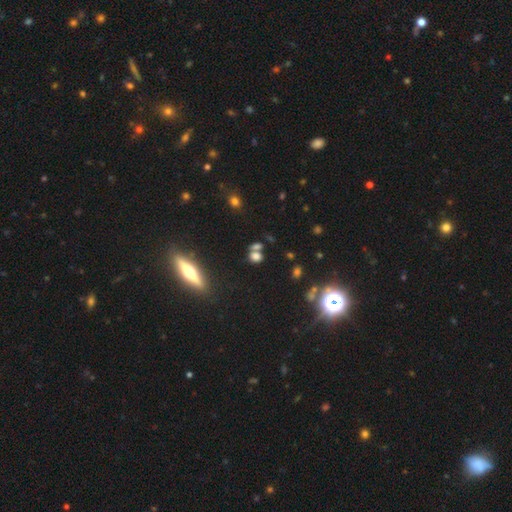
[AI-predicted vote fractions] This appears to be a smooth galaxy with no disk features (65%) that is round (54%). Merging: none (55%).